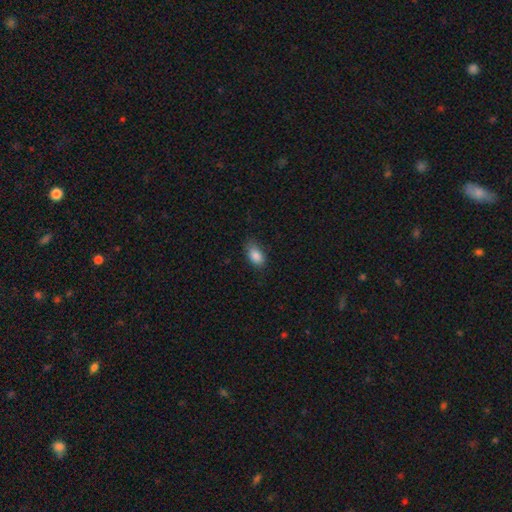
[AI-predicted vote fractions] This appears to be a smooth galaxy with no disk features (87%) that is in between round and cigar-shaped (90%). Merging: none (76%).